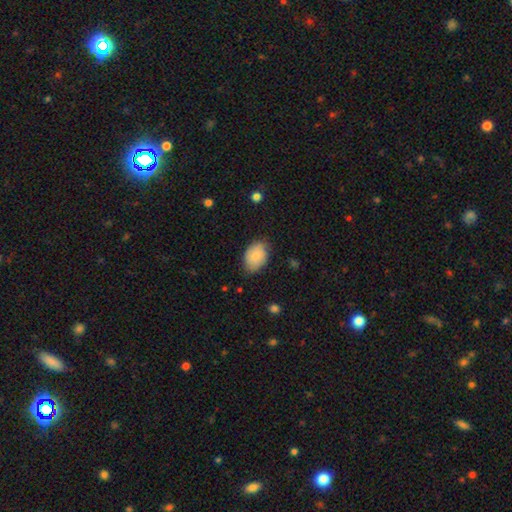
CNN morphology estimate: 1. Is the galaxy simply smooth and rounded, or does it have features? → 77% smooth, 17% featured or disk, 7% star or artifact.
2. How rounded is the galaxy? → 83% in between, 16% round, 1% cigar-shaped.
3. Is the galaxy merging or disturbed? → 72% none, 23% minor disturbance, 4% major disturbance, 1% merger.